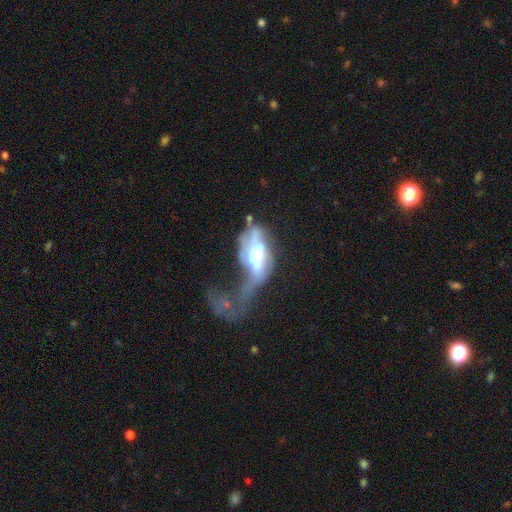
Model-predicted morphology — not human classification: The model was most divided on "bulge size": large: 39%, moderate: 29%, none: 12%, dominant: 11%, small: 10%. More confident: edge-on disk — no (89%); spiral arms — no (65%); smooth or featured — featured or disk (58%); merging — major disturbance (54%); bar — no (51%).